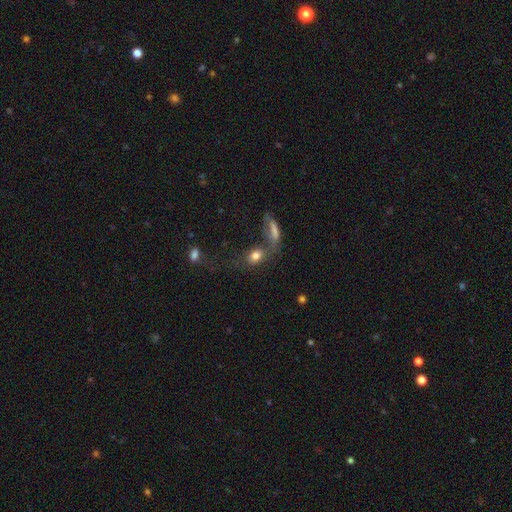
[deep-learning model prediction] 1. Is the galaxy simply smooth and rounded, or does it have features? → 77% smooth, 12% featured or disk, 11% star or artifact.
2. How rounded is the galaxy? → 62% in between, 31% round, 7% cigar-shaped.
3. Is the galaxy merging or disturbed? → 43% none, 33% merger, 13% minor disturbance, 10% major disturbance.